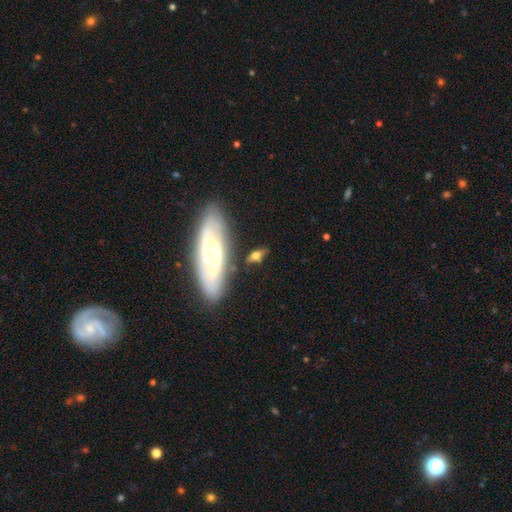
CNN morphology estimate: This appears to be a featured or disk galaxy (48%). Merging: none (69%).